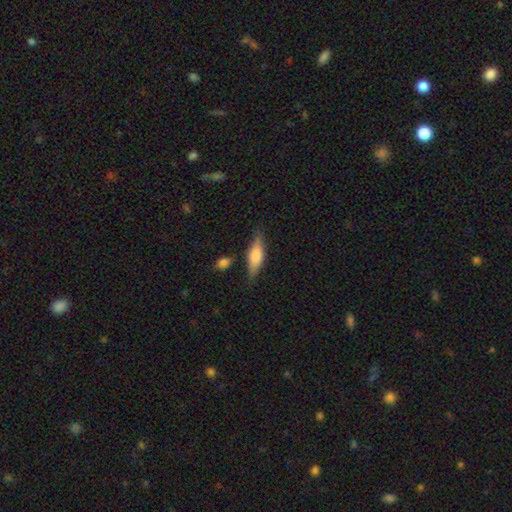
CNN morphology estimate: This appears to be a smooth galaxy with no disk features (62%) that is in between round and cigar-shaped (53%). Merging: none (73%).